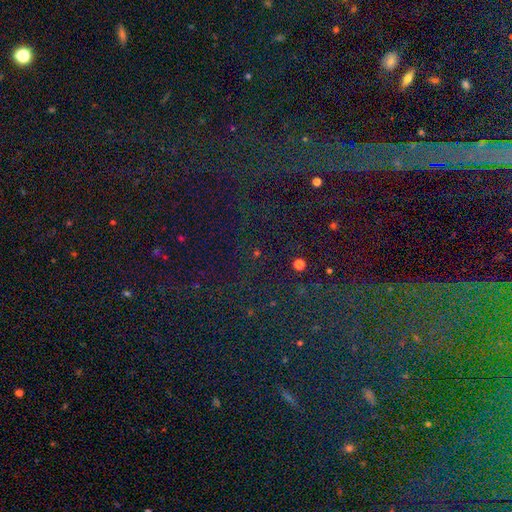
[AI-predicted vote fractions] Morphology: type=star or artifact (84%).